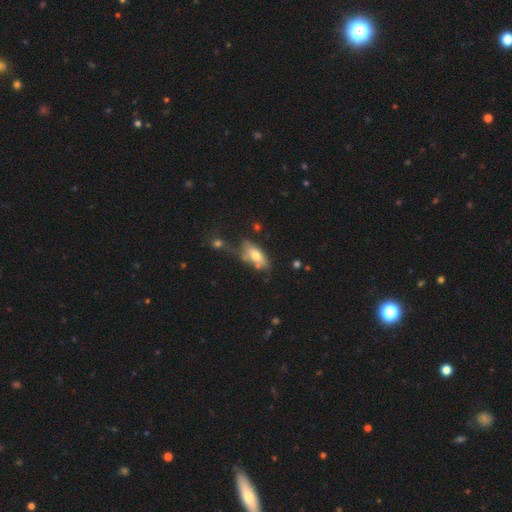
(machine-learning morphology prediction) Smooth or featured: smooth — 63% (featured or disk — 29%)
How rounded: in between — 81% (cigar-shaped — 16%)
Merging: none — 47% (minor disturbance — 24%)